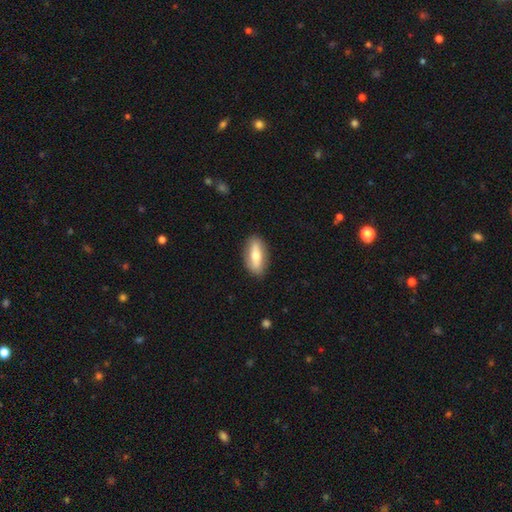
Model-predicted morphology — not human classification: Smooth or featured? Predicted: smooth (p=0.58). How rounded? Predicted: in between (p=0.77). Merging? Predicted: none (p=0.86).